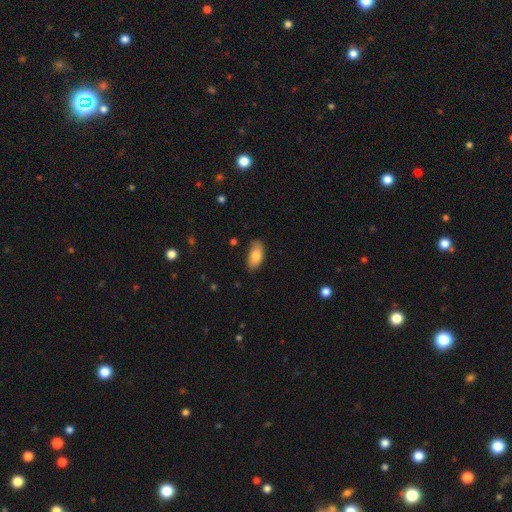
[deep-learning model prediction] Smooth or featured?
  - smooth: 82% *
  - featured or disk: 12%
  - star or artifact: 7%
How rounded?
  - in between: 92% *
  - cigar-shaped: 4%
  - round: 3%
Merging?
  - none: 75% *
  - minor disturbance: 20%
  - major disturbance: 4%
  - merger: 2%